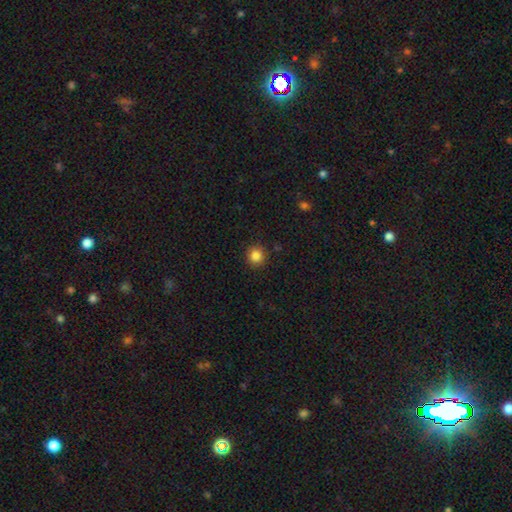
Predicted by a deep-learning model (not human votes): This is clearly a smooth galaxy (84%). How rounded: clearly round (92%). Merging: clearly none (90%).